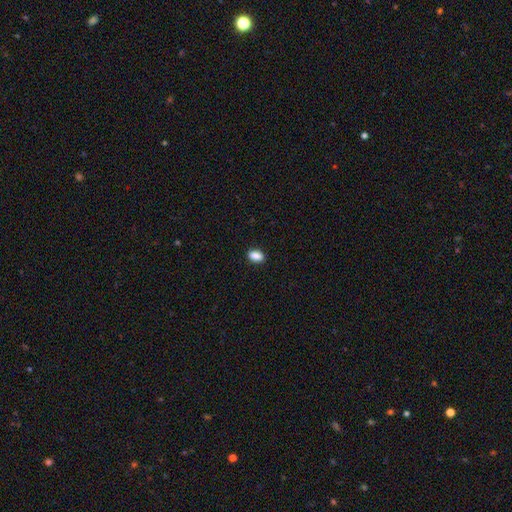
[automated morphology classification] Smooth or featured?
  - smooth: 89% *
  - star or artifact: 9%
  - featured or disk: 3%
How rounded?
  - in between: 86% *
  - round: 11%
  - cigar-shaped: 3%
Merging?
  - none: 88% *
  - minor disturbance: 9%
  - major disturbance: 2%
  - merger: 1%